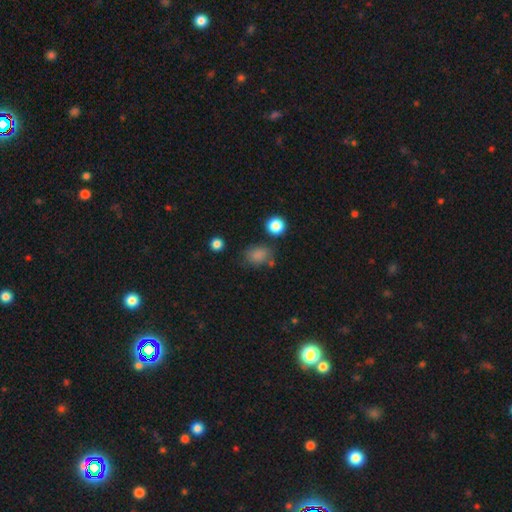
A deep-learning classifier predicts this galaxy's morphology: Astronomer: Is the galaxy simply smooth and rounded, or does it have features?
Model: smooth — 73%.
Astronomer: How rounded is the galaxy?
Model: in between — 50% (runner-up: round, 49%).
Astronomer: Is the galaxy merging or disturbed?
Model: none — 72%.